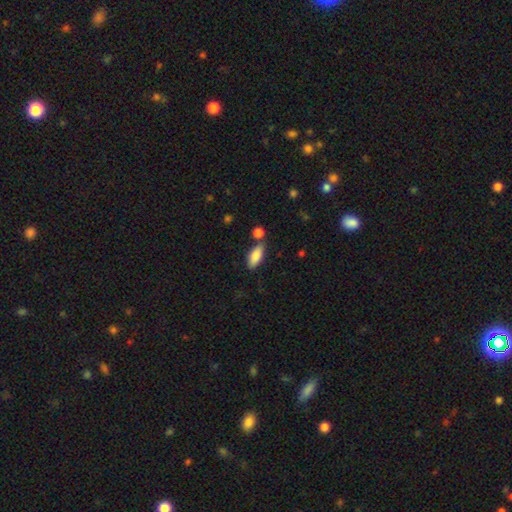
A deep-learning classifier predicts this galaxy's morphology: Smooth or featured?
  - smooth: 84% *
  - featured or disk: 9%
  - star or artifact: 6%
How rounded?
  - in between: 79% *
  - cigar-shaped: 19%
  - round: 2%
Merging?
  - none: 71% *
  - minor disturbance: 13%
  - merger: 12%
  - major disturbance: 3%